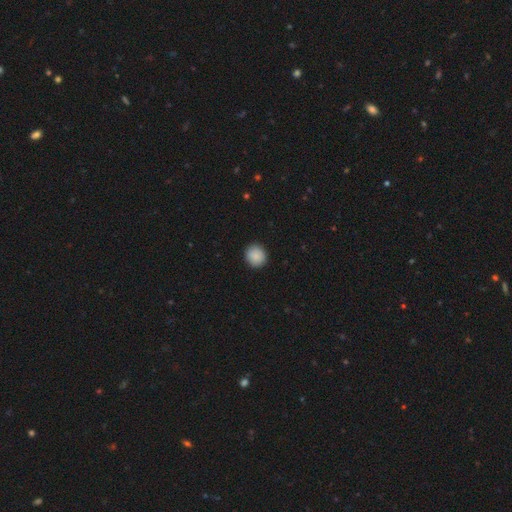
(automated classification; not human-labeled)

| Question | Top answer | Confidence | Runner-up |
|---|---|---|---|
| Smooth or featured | smooth | 90% | star or artifact (8%) |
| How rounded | round | 90% | in between (9%) |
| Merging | none | 91% | minor disturbance (6%) |